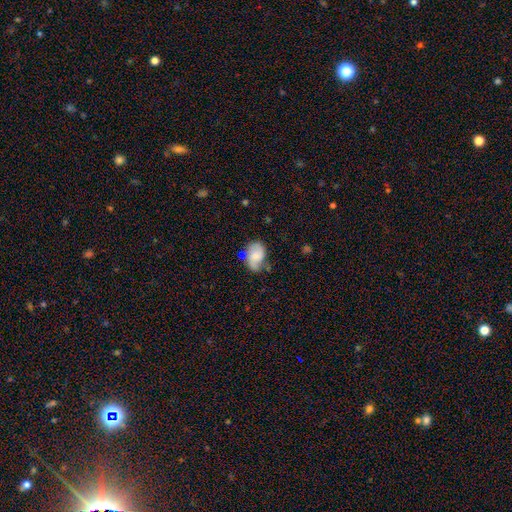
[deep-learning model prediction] Smooth or featured?
  - smooth: 47% *
  - featured or disk: 45%
  - star or artifact: 8%
Merging?
  - none: 53% *
  - minor disturbance: 30%
  - major disturbance: 10%
  - merger: 6%